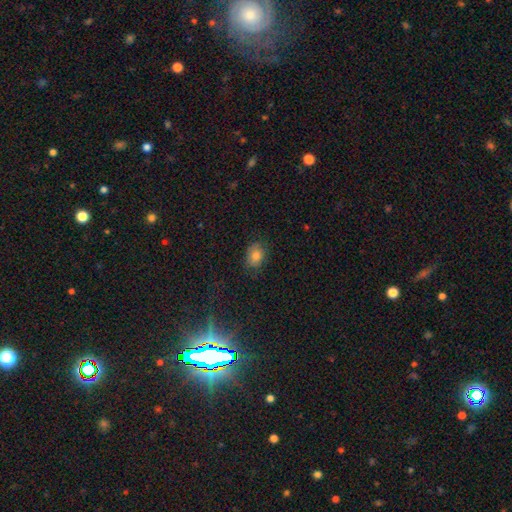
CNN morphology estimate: The model was most divided on "how rounded": in between: 65%, round: 34%, cigar-shaped: 1%. More confident: smooth or featured — smooth (80%); merging — none (80%).